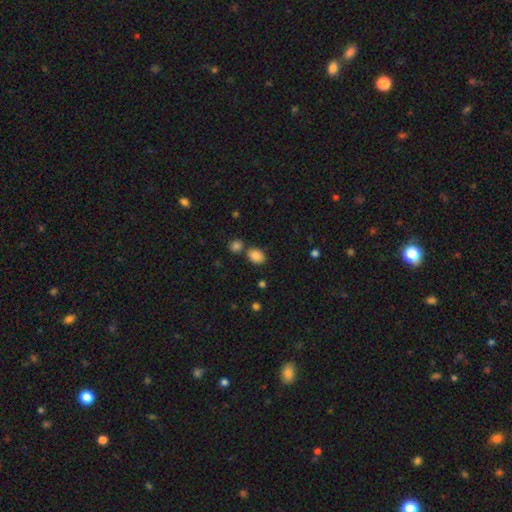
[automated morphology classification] type=smooth (86%); roundness=in between (64%); merging=none (68%).